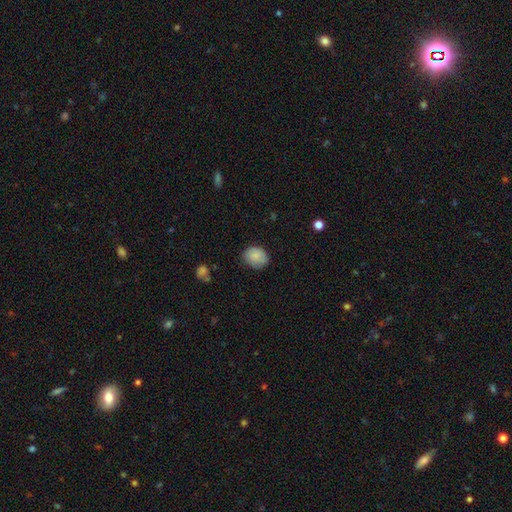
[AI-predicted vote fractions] Smooth or featured? smooth (81%)
How rounded? round (59%)
Merging? none (72%)